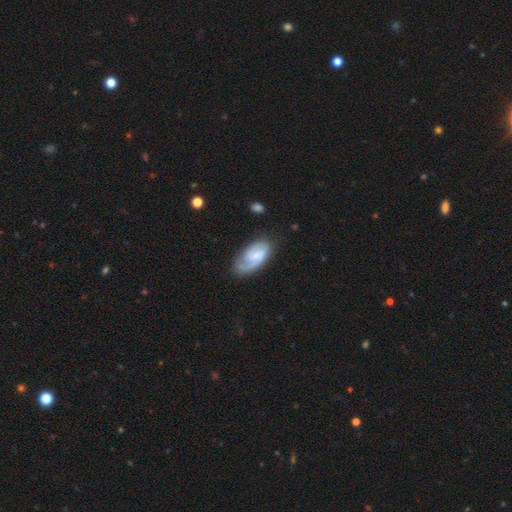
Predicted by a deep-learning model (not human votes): Smooth or featured? featured or disk (65%)
Edge-on disk? no (96%)
Bar? no (46%)
Spiral arms? yes (91%)
Spiral winding? medium (41%)
Spiral arm count? 2 (43%)
Bulge size? small (48%)
Merging? none (64%)